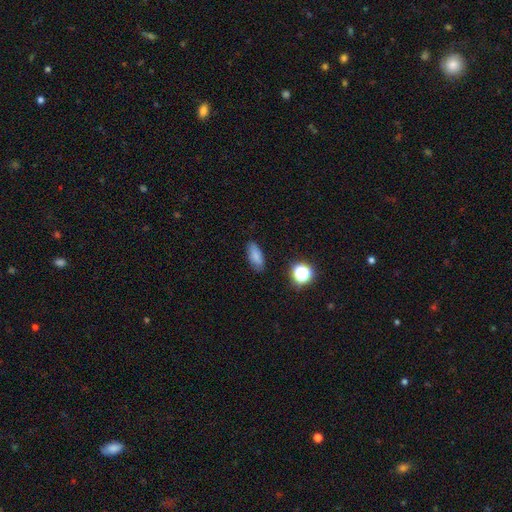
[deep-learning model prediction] smooth-or-featured: smooth: 81% | star or artifact: 11% | featured or disk: 8%
  how-rounded: in between: 82% | cigar-shaped: 13% | round: 5%
  merging: none: 82% | minor disturbance: 13% | major disturbance: 3% | merger: 2%